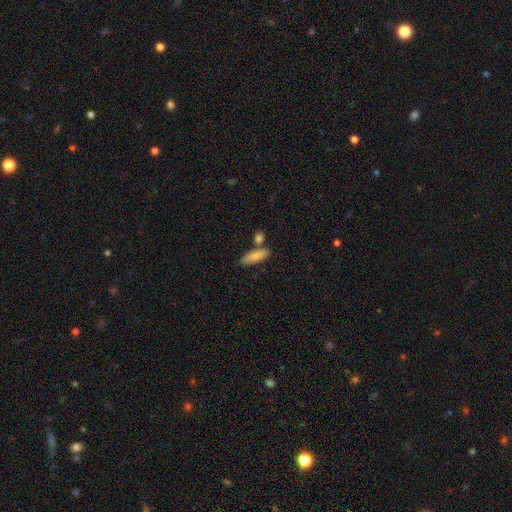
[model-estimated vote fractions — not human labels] This is clearly a smooth galaxy (84%). How rounded: possibly in between (56%). Merging: likely none (71%).